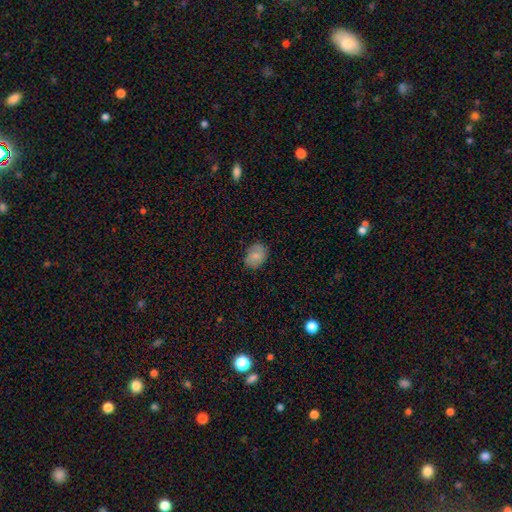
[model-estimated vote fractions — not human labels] A smooth galaxy with no disk features (78%) that is in between round and cigar-shaped (71%).

Vote fractions:
- Smooth or featured? smooth: 78% / featured or disk: 14% / star or artifact: 8%
- How rounded? in between: 71% / round: 28% / cigar-shaped: 1%
- Merging? none: 81% / minor disturbance: 15% / major disturbance: 3% / merger: 1%